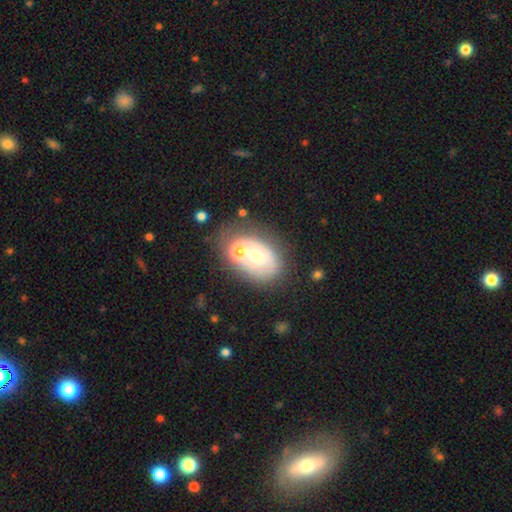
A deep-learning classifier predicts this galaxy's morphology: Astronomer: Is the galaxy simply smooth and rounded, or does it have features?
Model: featured or disk — 52% (runner-up: smooth, 36%).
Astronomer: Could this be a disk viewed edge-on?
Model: no — 95%.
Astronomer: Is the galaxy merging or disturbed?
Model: none — 42% (runner-up: merger, 25%).